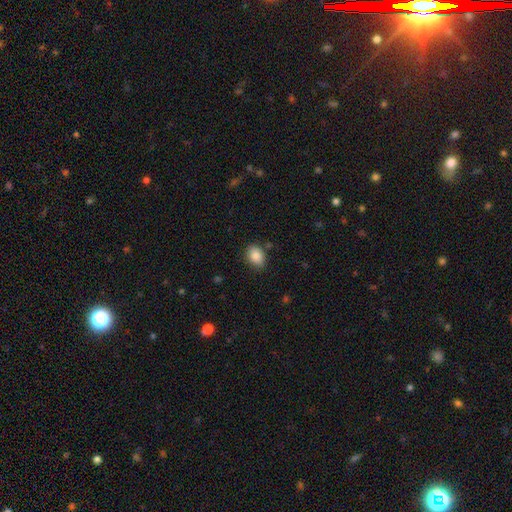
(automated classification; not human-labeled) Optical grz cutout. It shows a smooth galaxy with no disk features (86%) that is in between round and cigar-shaped (75%). Merging: none (81%).